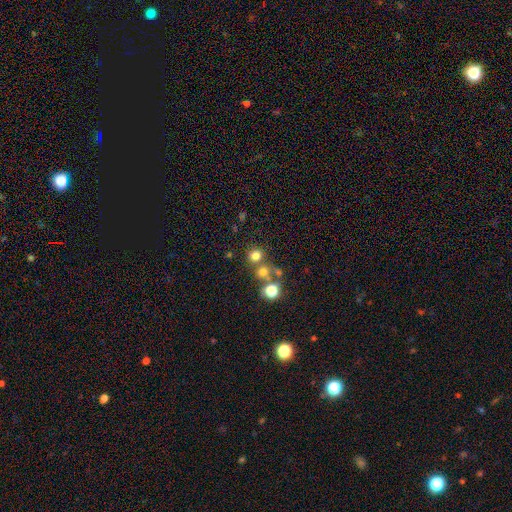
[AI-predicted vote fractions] A smooth galaxy with no disk features (72%) that is round (87%). Merging: none (63%).